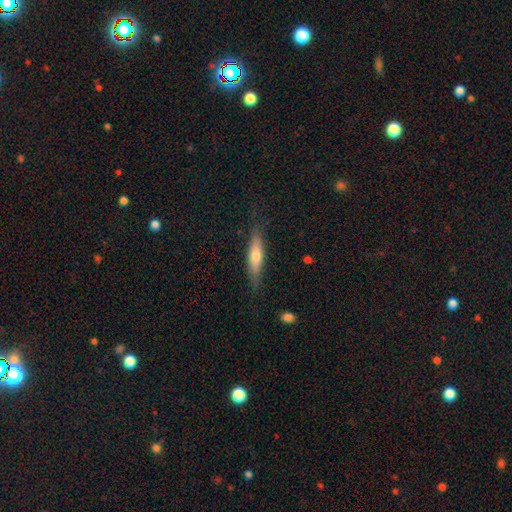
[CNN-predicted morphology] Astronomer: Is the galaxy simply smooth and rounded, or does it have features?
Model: smooth — 51% (runner-up: featured or disk, 43%).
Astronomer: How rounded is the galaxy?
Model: cigar-shaped — 81%.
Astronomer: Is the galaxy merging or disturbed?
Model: none — 82%.